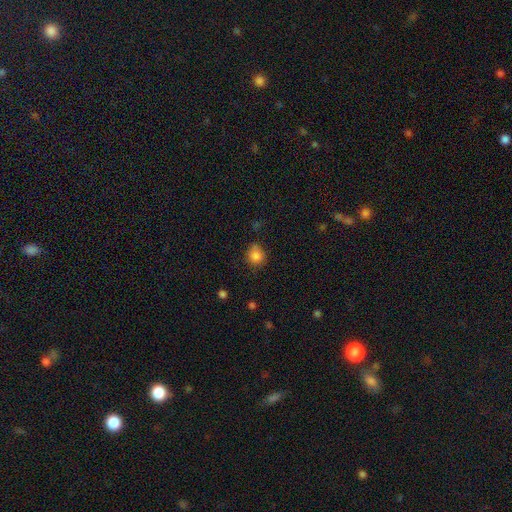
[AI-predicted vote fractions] Smooth or featured? smooth (84%)
How rounded? round (81%)
Merging? none (66%)